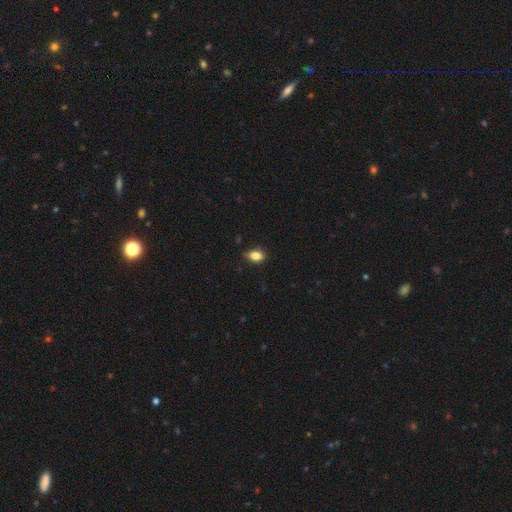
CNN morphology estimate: Smooth or featured? Predicted: smooth (p=0.83). How rounded? Predicted: in between (p=0.82). Merging? Predicted: none (p=0.71).